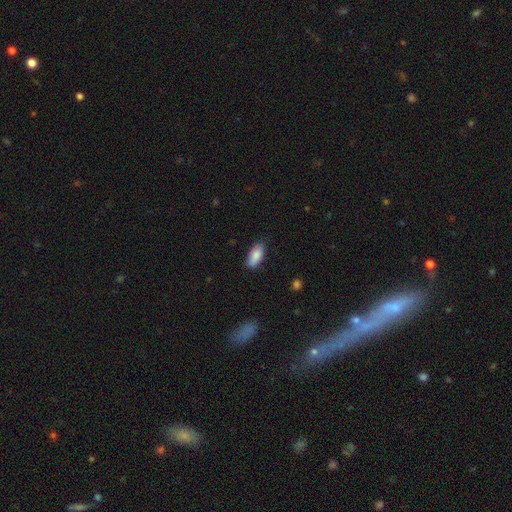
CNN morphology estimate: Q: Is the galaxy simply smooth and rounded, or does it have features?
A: smooth — 87%.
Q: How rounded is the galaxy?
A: in between — 88%.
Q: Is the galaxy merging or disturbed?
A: none — 78%.